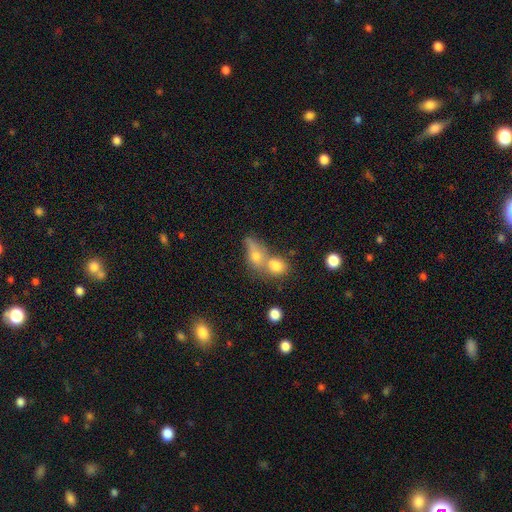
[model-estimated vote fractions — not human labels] A smooth galaxy with no disk features (68%) that is in between round and cigar-shaped (62%). Merging: merger (60%).